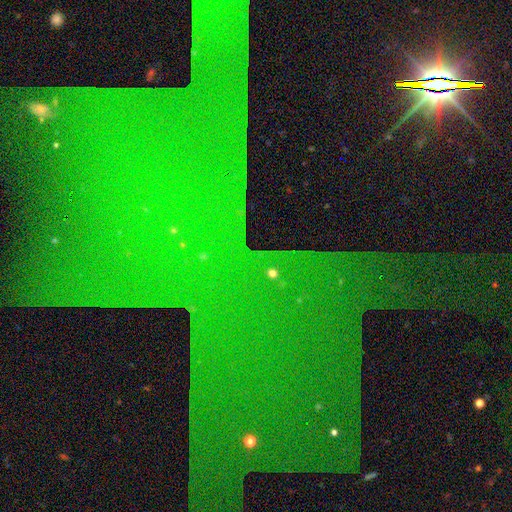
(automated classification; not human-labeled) Morphology: type=star or artifact (86%).